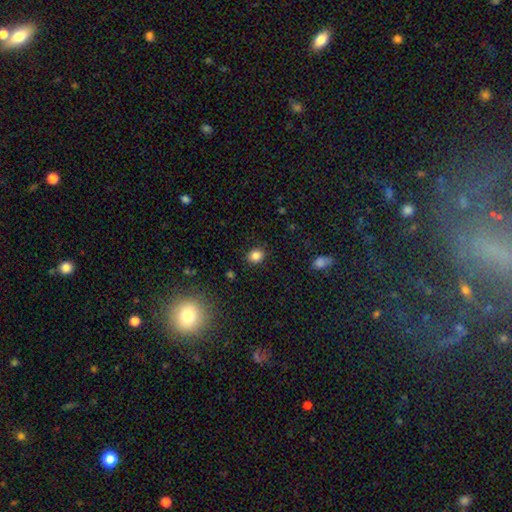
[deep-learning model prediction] Smooth or featured? Predicted: smooth (p=0.84). How rounded? Predicted: round (p=0.70). Merging? Predicted: none (p=0.89).